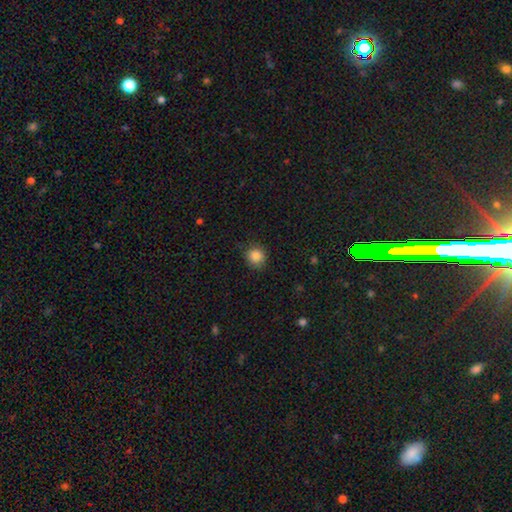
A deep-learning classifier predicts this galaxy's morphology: smooth-or-featured: smooth: 87% | star or artifact: 10% | featured or disk: 4%
  how-rounded: round: 88% | in between: 12% | cigar-shaped: 1%
  merging: none: 83% | minor disturbance: 13% | major disturbance: 3% | merger: 1%